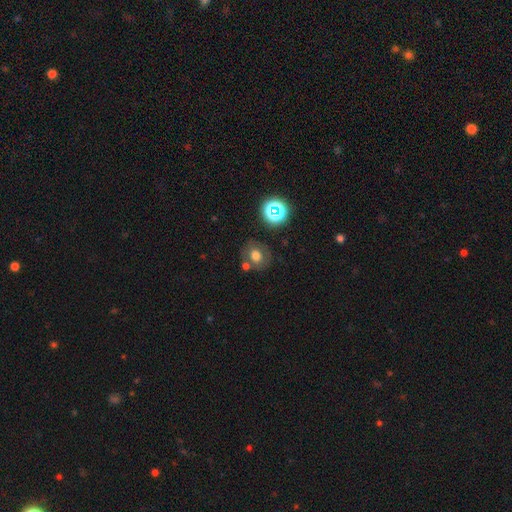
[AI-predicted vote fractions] A smooth galaxy with no disk features (66%) that is round (73%). Merging: none (68%).